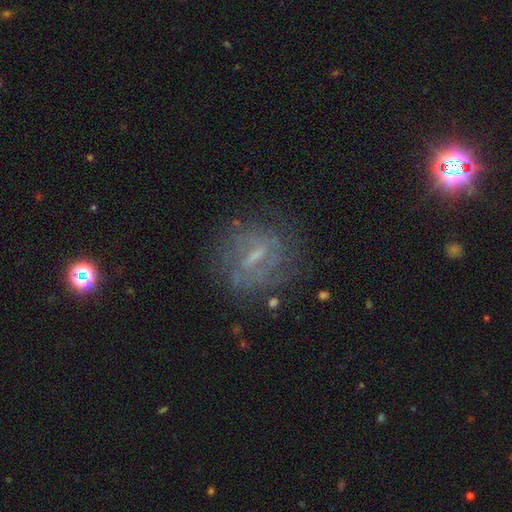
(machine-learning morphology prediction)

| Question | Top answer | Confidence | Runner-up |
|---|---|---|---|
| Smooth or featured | featured or disk | 69% | smooth (18%) |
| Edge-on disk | no | 93% | yes (7%) |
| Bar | weak | 46% | strong (38%) |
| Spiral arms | yes | 69% | no (31%) |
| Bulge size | small | 45% | none (28%) |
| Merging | none | 72% | minor disturbance (15%) |